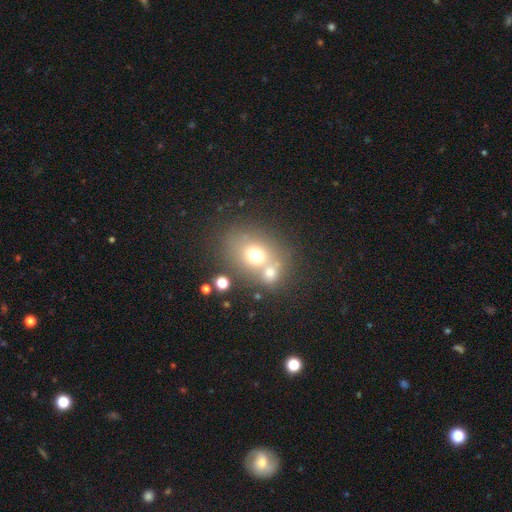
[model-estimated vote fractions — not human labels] This is likely a smooth galaxy (67%). How rounded: possibly round (57%). Merging: marginally none (45%).